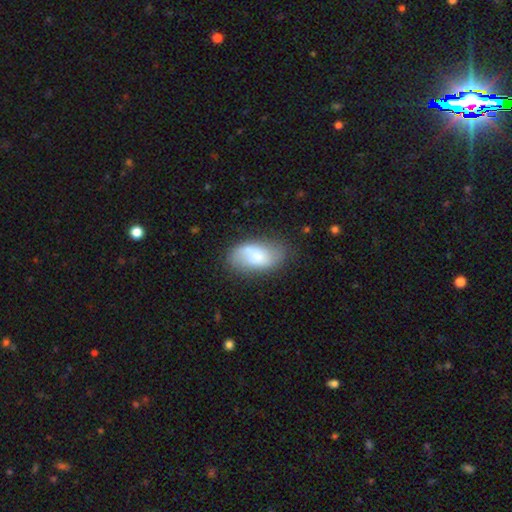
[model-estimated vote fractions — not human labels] Q: Smooth or featured?
A: smooth (59%); runner-up: featured or disk (34%)
Q: How rounded?
A: in between (92%); runner-up: round (5%)
Q: Merging?
A: none (61%); runner-up: minor disturbance (24%)